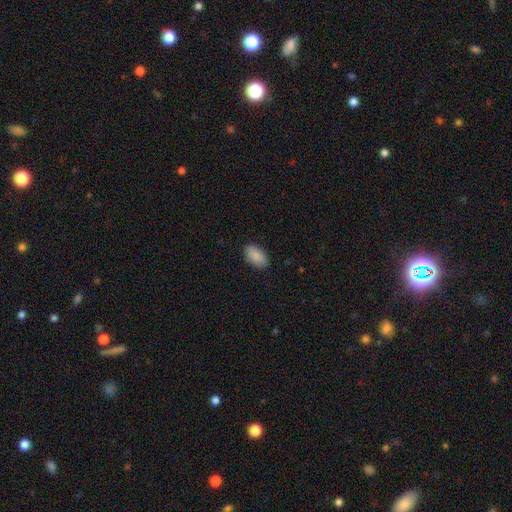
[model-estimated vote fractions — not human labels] Smooth or featured?
  - smooth: 90% *
  - star or artifact: 6%
  - featured or disk: 4%
How rounded?
  - in between: 94% *
  - round: 4%
  - cigar-shaped: 2%
Merging?
  - none: 88% *
  - minor disturbance: 9%
  - major disturbance: 2%
  - merger: 1%